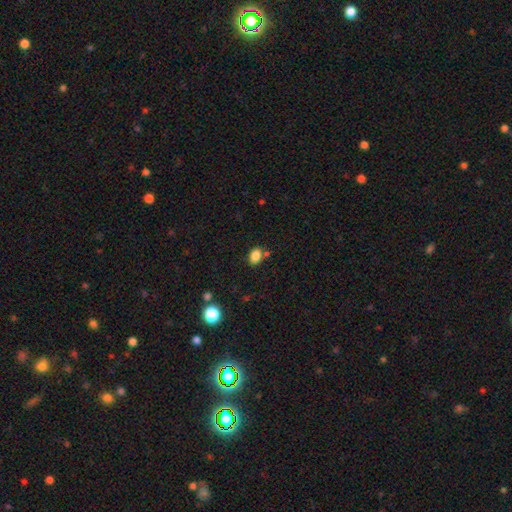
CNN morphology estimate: smooth 84%, star or artifact 10%, featured or disk 5%. Down the decision tree: how rounded — in between (77%); merging — none (71%).